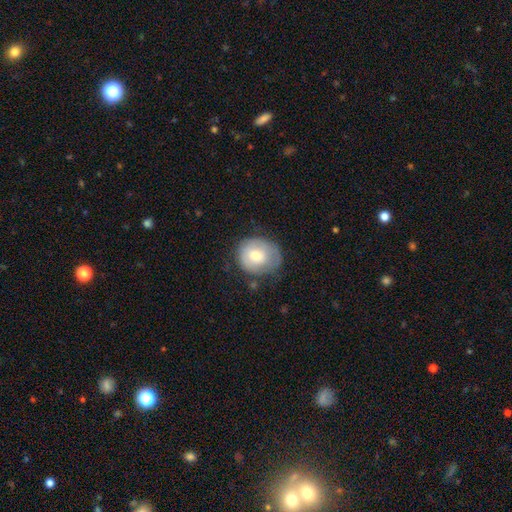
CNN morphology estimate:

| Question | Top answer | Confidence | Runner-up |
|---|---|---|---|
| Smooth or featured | smooth | 65% | featured or disk (27%) |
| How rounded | round | 75% | in between (24%) |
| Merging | none | 61% | minor disturbance (27%) |